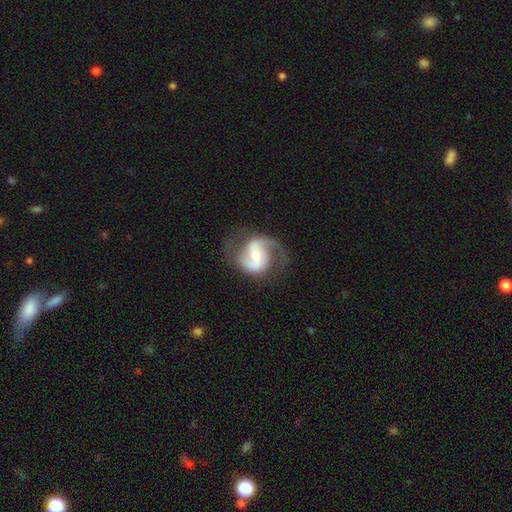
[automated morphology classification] featured or disk 83%, smooth 12%, star or artifact 5%. Down the decision tree: edge-on disk — no (98%); bar — weak (43%); spiral arms — yes (95%); spiral arm count — 2 (87%); spiral winding — medium (49%); bulge size — moderate (49%); merging — none (68%).